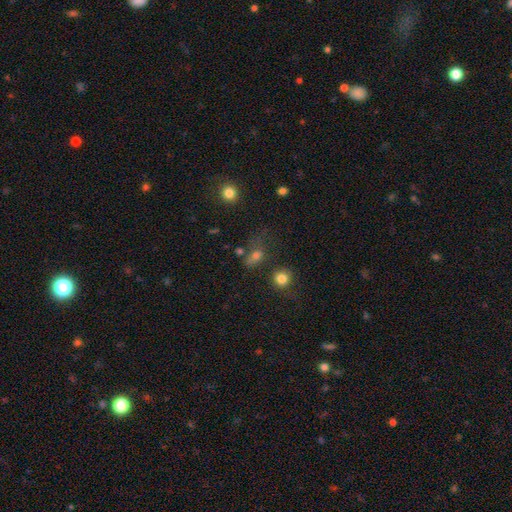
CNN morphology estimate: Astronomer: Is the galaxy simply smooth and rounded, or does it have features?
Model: smooth — 63%.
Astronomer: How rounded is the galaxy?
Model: in between — 55% (runner-up: round, 40%).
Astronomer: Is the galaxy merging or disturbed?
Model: none — 46% (runner-up: major disturbance, 23%).